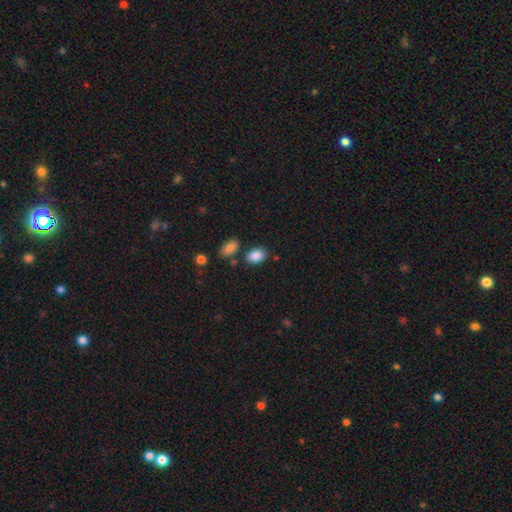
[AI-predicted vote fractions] Smooth or featured? smooth (87%)
How rounded? in between (82%)
Merging? none (75%)